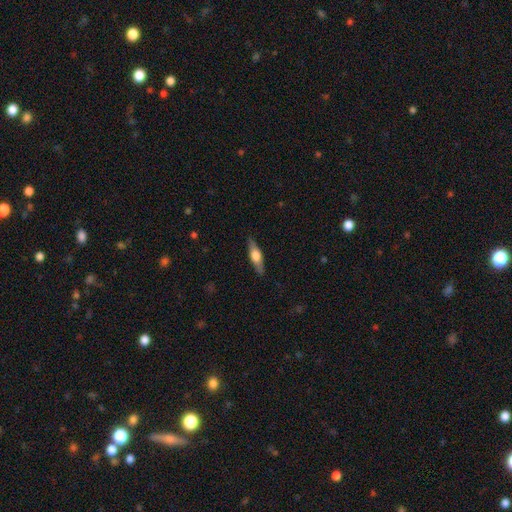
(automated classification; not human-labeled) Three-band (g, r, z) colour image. It shows a featured or disk galaxy (49%). Merging: none (87%).